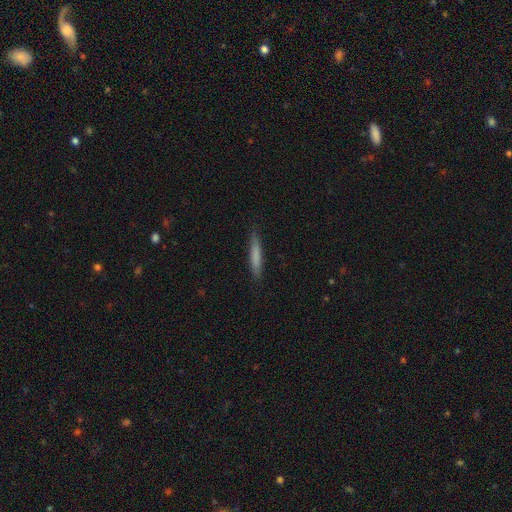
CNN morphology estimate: Smooth or featured? Predicted: smooth (p=0.75). How rounded? Predicted: cigar-shaped (p=0.93). Merging? Predicted: none (p=0.87).